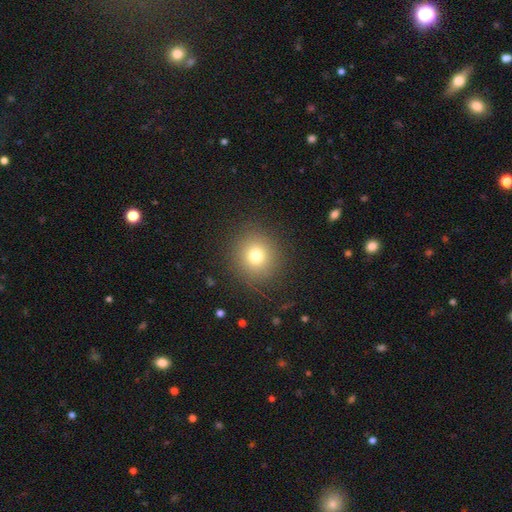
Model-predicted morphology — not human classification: smooth_or_featured: smooth (p=0.76) [alt: star or artifact p=0.15]
how_rounded: round (p=0.91) [alt: in between p=0.08]
merging: none (p=0.89) [alt: minor disturbance p=0.06]